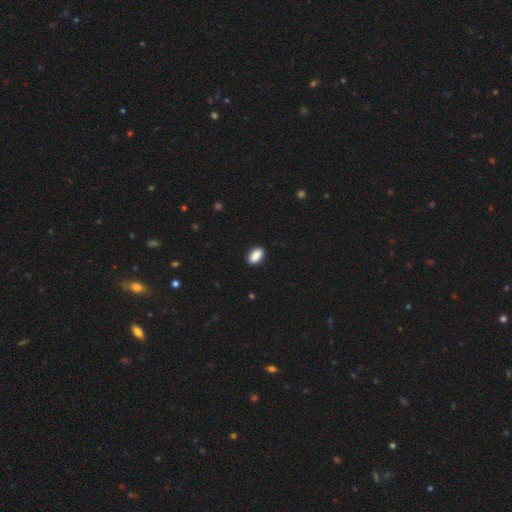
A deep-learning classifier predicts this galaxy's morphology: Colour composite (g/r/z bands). It shows a smooth galaxy with no disk features (90%) that is in between round and cigar-shaped (93%). Merging: none (91%).